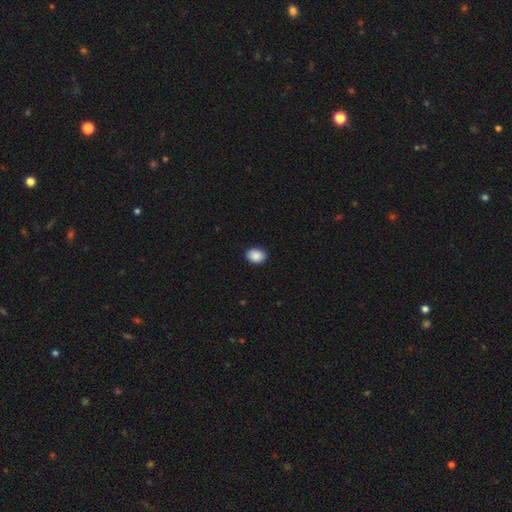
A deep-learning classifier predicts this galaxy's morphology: The model was most divided on "how rounded": in between: 72%, round: 27%, cigar-shaped: 1%. More confident: smooth or featured — smooth (89%); merging — none (89%).